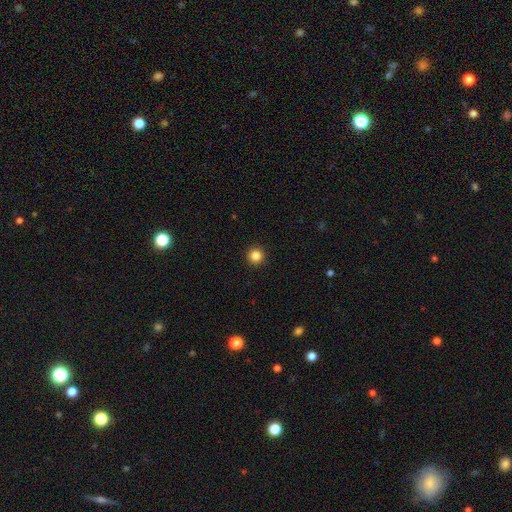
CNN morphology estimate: Q: Smooth or featured?
A: smooth (85%); runner-up: star or artifact (11%)
Q: How rounded?
A: round (96%); runner-up: in between (3%)
Q: Merging?
A: none (93%); runner-up: minor disturbance (4%)